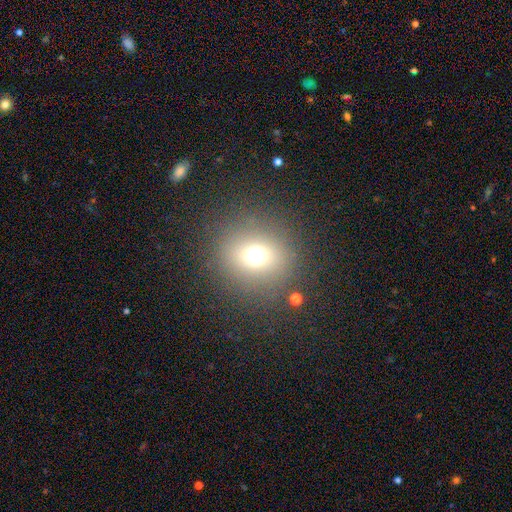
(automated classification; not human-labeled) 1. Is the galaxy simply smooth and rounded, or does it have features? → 64% smooth, 25% star or artifact, 11% featured or disk.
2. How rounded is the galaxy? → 87% round, 12% in between, 1% cigar-shaped.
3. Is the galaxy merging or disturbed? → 84% none, 8% minor disturbance, 5% major disturbance, 3% merger.